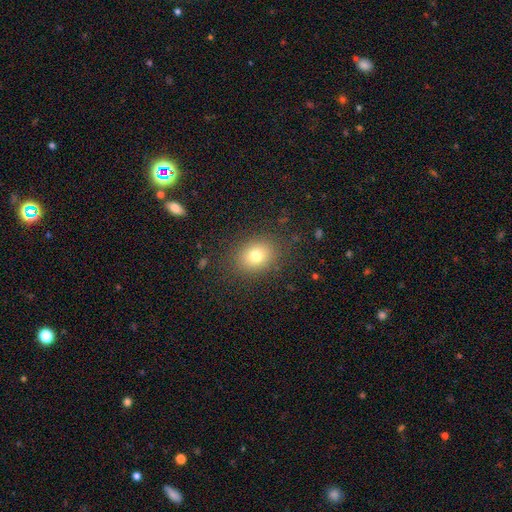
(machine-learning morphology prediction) Smooth or featured? Predicted: smooth (p=0.77). How rounded? Predicted: round (p=0.51). Merging? Predicted: none (p=0.85).